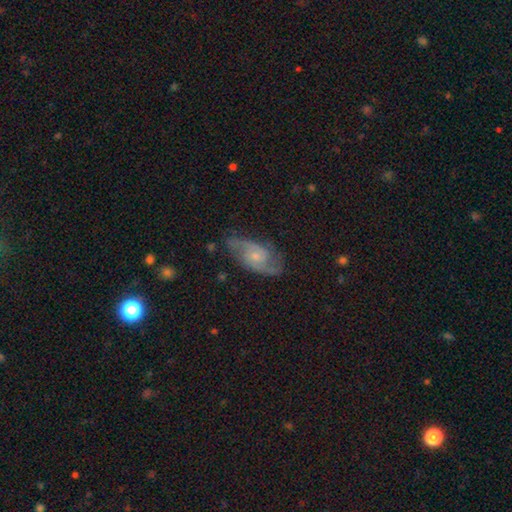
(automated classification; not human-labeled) Smooth or featured: featured or disk — 81% (smooth — 12%)
Edge-on disk: no — 96% (yes — 4%)
Bar: no — 64% (weak — 30%)
Spiral arms: yes — 95% (no — 5%)
Spiral winding: medium — 51% (loose — 29%)
Spiral arm count: 2 — 88% (can't tell — 5%)
Bulge size: small — 64% (moderate — 28%)
Merging: none — 72% (minor disturbance — 19%)